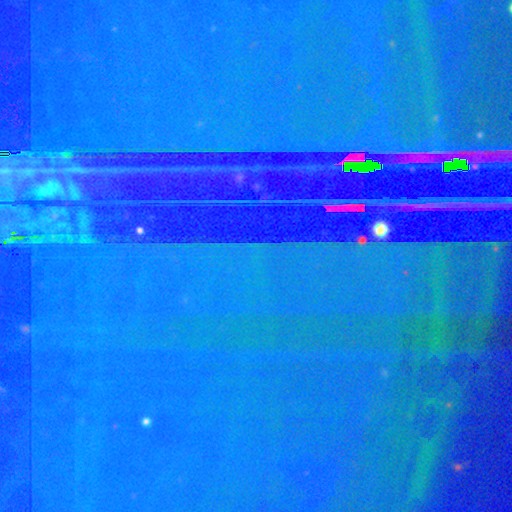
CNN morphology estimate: smooth_or_featured: star or artifact (p=0.87) [alt: featured or disk p=0.07]